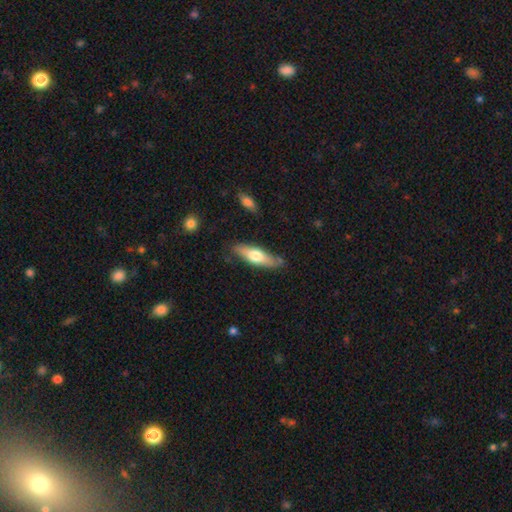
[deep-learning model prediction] Smooth or featured: smooth — 61% (featured or disk — 34%)
How rounded: cigar-shaped — 52% (in between — 46%)
Merging: none — 77% (minor disturbance — 17%)